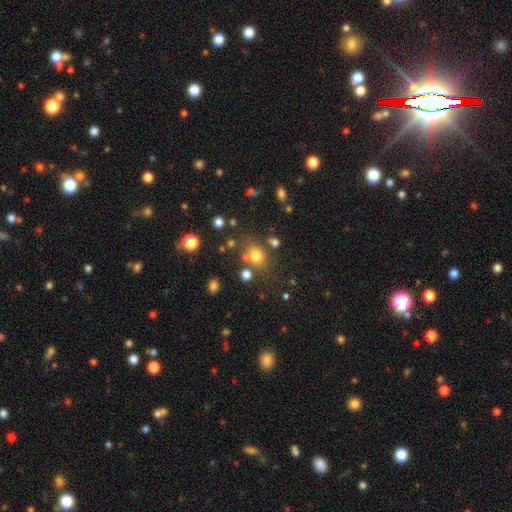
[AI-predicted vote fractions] Smooth or featured: smooth — 74% (star or artifact — 16%)
How rounded: round — 55% (in between — 44%)
Merging: none — 70% (minor disturbance — 14%)